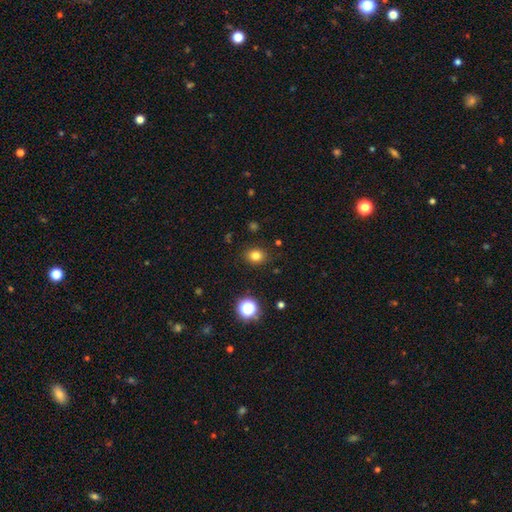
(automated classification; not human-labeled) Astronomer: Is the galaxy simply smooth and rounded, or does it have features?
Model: smooth — 80%.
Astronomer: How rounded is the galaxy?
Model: round — 65%.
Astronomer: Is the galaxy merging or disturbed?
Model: none — 86%.